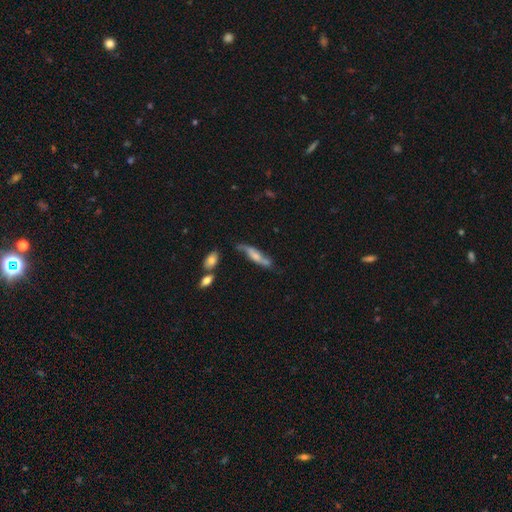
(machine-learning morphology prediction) type=featured or disk (56%); edge-on=no (59%); merging=none (53%).